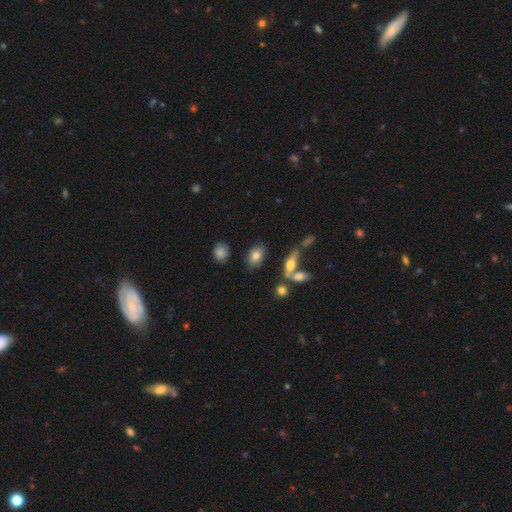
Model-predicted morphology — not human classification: A smooth galaxy with no disk features (77%) that is in between round and cigar-shaped (86%).

Vote fractions:
- Smooth or featured? smooth: 77% / featured or disk: 14% / star or artifact: 9%
- How rounded? in between: 86% / round: 9% / cigar-shaped: 5%
- Merging? none: 72% / minor disturbance: 13% / merger: 11% / major disturbance: 5%